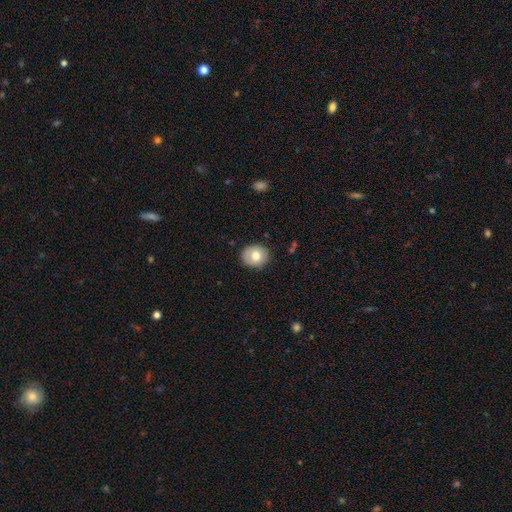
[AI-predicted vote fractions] Smooth or featured?
  - smooth: 74% *
  - featured or disk: 18%
  - star or artifact: 8%
How rounded?
  - round: 71% *
  - in between: 28%
  - cigar-shaped: 1%
Merging?
  - none: 85% *
  - minor disturbance: 11%
  - major disturbance: 2%
  - merger: 1%